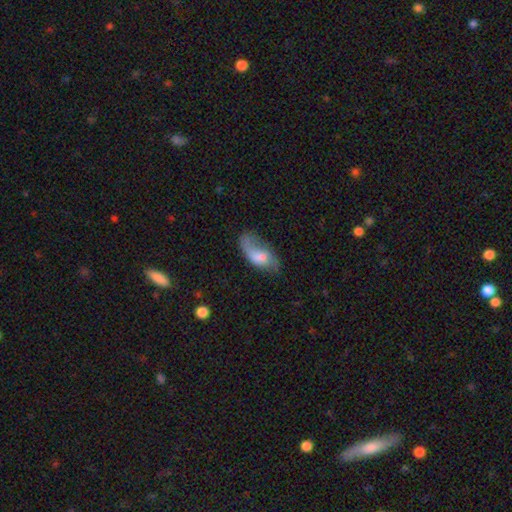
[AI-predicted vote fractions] Smooth or featured: featured or disk — 50% (smooth — 42%)
Merging: none — 47% (minor disturbance — 28%)